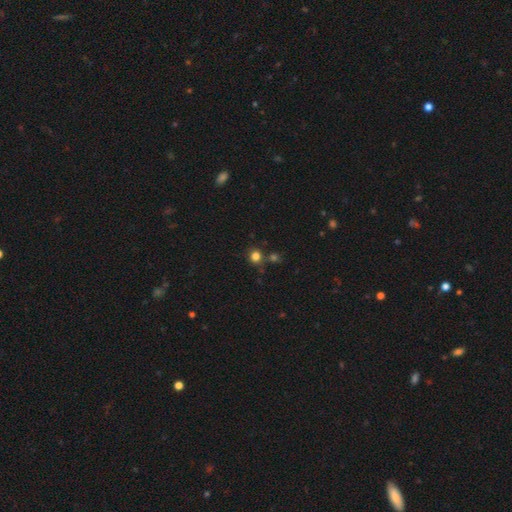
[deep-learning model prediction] Q: Smooth or featured?
A: smooth (79%); runner-up: star or artifact (16%)
Q: How rounded?
A: round (88%); runner-up: in between (11%)
Q: Merging?
A: none (74%); runner-up: merger (13%)